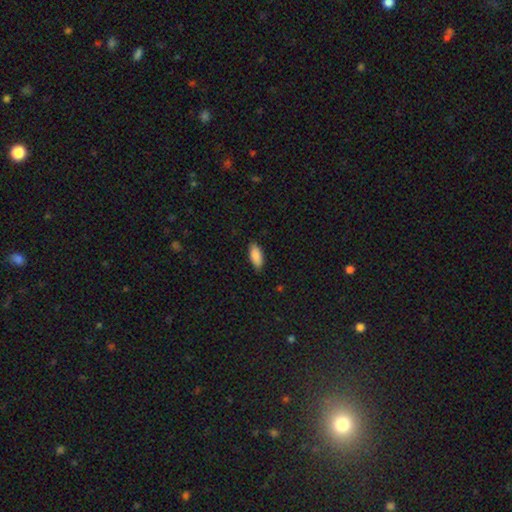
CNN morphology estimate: This is clearly a smooth galaxy (90%). How rounded: clearly in between (86%). Merging: clearly none (86%).